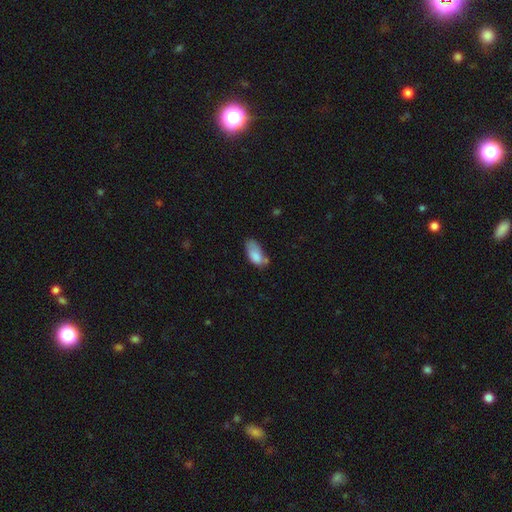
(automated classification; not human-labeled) smooth-or-featured: smooth: 79% | featured or disk: 13% | star or artifact: 8%
  how-rounded: in between: 90% | cigar-shaped: 6% | round: 3%
  merging: none: 36% (tied) | minor disturbance: 36% (tied) | major disturbance: 14% | merger: 13%